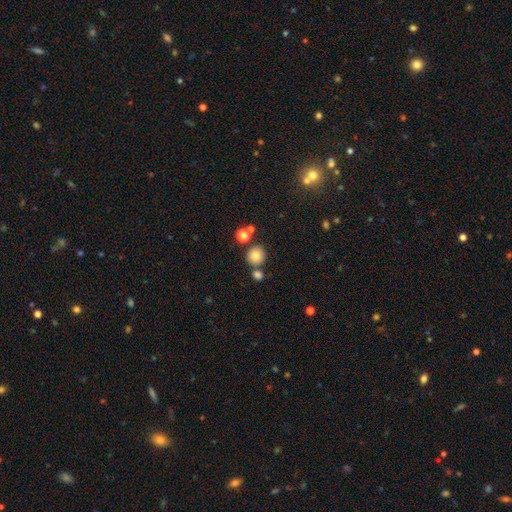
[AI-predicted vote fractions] Morphology: type=smooth (79%); roundness=round (91%); merging=none (72%).